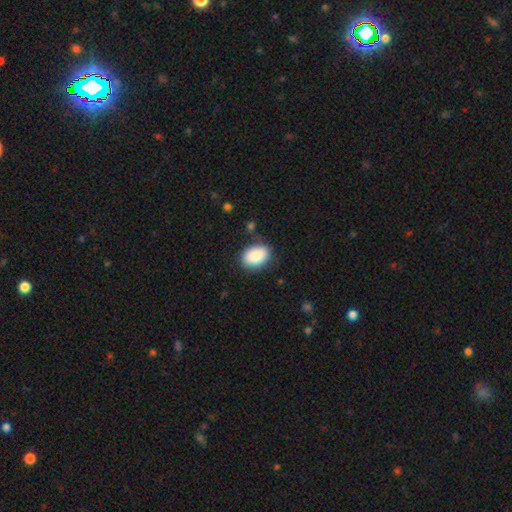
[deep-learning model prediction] Smooth or featured? Predicted: smooth (p=0.88). How rounded? Predicted: in between (p=0.85). Merging? Predicted: none (p=0.83).